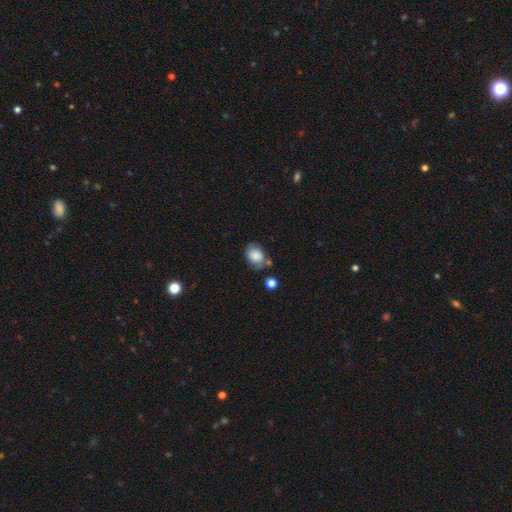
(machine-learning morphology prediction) This is likely a smooth galaxy (78%). How rounded: possibly in between (53%). Merging: possibly none (57%).